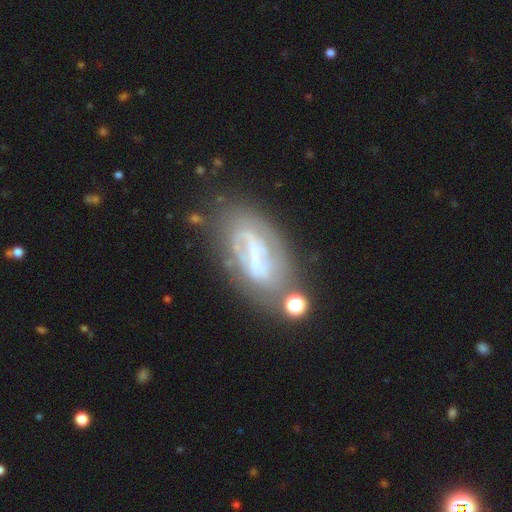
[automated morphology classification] This is likely a featured or disk galaxy (72%). It is clearly not viewed edge-on (92%). Bar: possibly strong (48%). Spiral arm pattern: likely yes (66%). Central bulge: possibly none (46%). Merging: possibly none (56%).